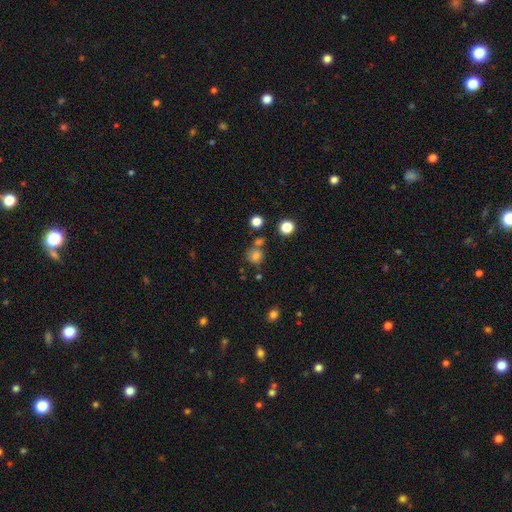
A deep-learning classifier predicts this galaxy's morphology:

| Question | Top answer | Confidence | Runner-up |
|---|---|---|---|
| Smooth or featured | smooth | 76% | star or artifact (17%) |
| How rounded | round | 82% | in between (17%) |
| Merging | none | 63% | merger (18%) |